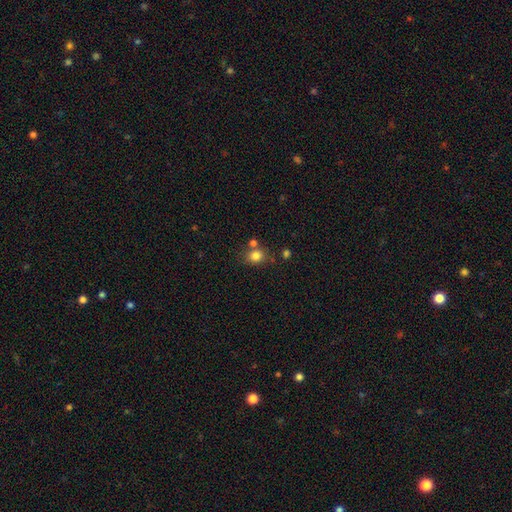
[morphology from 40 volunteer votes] Volunteers were most divided on "how rounded": round: 66%, in between: 34%, cigar-shaped: 0%. More confident: smooth or featured — smooth (80%); merging — none (73%).